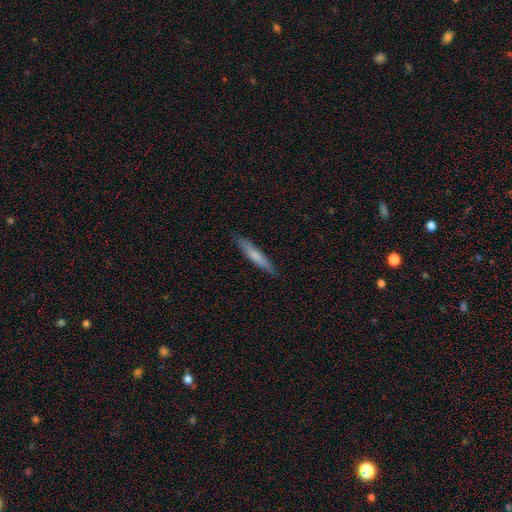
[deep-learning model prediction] Smooth or featured: smooth — 69% (featured or disk — 25%)
How rounded: cigar-shaped — 93% (in between — 6%)
Merging: none — 88% (minor disturbance — 10%)